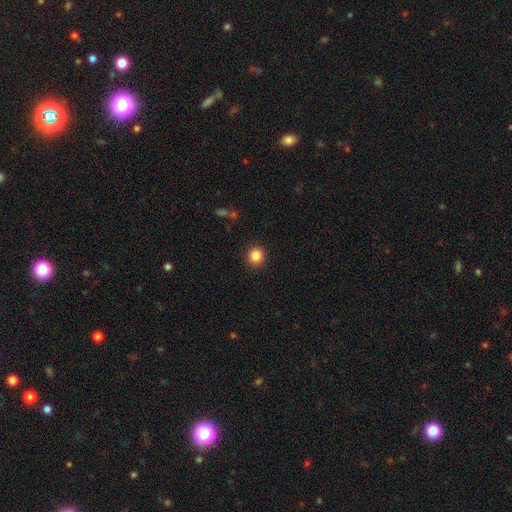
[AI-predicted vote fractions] The model was most divided on "smooth or featured": smooth: 85%, star or artifact: 10%, featured or disk: 4%. More confident: how rounded — round (93%); merging — none (91%).